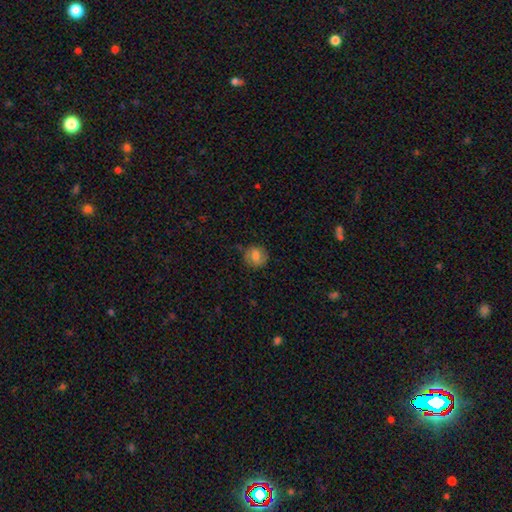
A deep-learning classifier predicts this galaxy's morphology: A smooth galaxy with no disk features (58%) that is round (82%).

Vote fractions:
- Smooth or featured? smooth: 58% / featured or disk: 34% / star or artifact: 9%
- How rounded? round: 82% / in between: 17% / cigar-shaped: 1%
- Merging? none: 79% / minor disturbance: 15% / major disturbance: 4% / merger: 1%